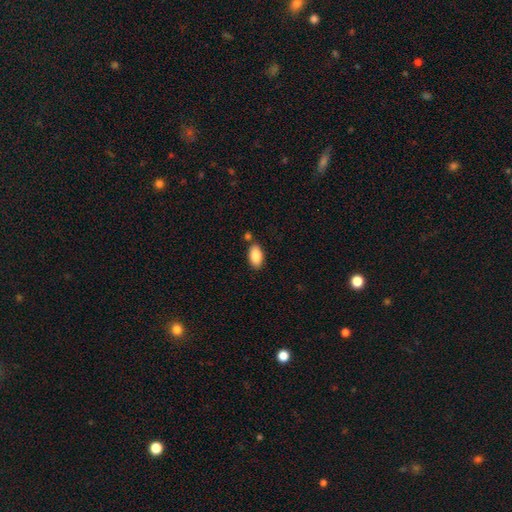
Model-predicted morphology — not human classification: A smooth galaxy with no disk features (86%) that is in between round and cigar-shaped (94%). Merging: none (77%).